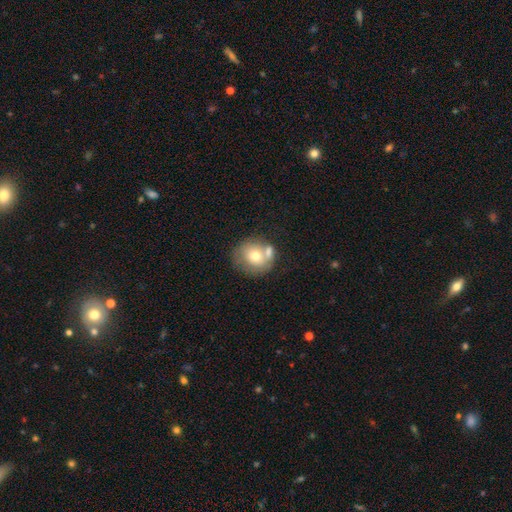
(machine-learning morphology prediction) Smooth or featured: smooth — 68% (featured or disk — 24%)
How rounded: round — 83% (in between — 16%)
Merging: none — 46% (merger — 35%)